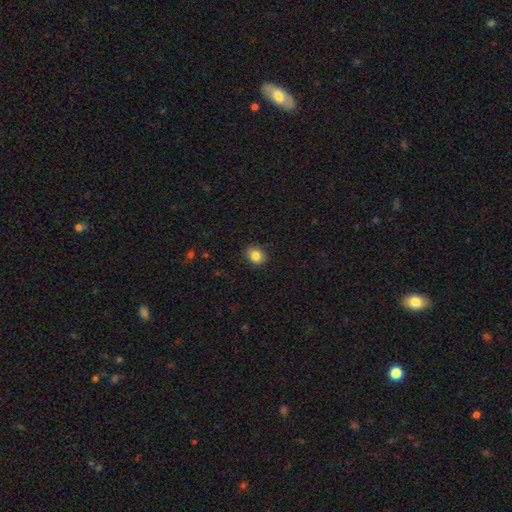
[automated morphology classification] The model was most divided on "how rounded": round: 55%, in between: 44%, cigar-shaped: 1%. More confident: merging — none (89%); smooth or featured — smooth (84%).